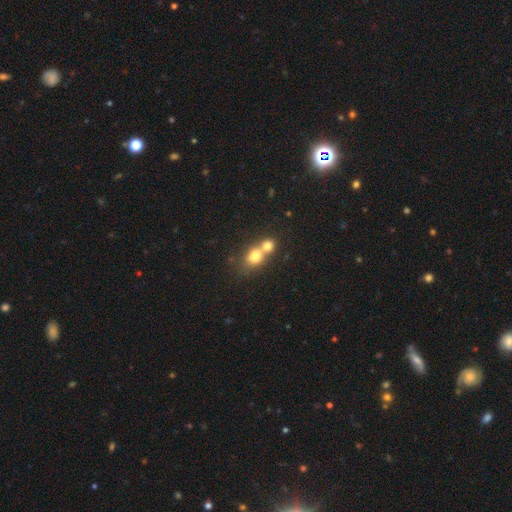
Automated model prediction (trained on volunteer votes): The model was most divided on "how rounded": round: 63%, in between: 35%, cigar-shaped: 2%. More confident: smooth or featured — smooth (73%); merging — merger (68%).